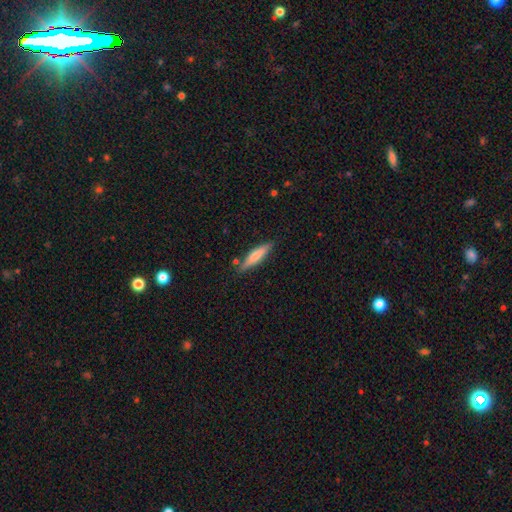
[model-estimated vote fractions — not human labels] Overall: smooth (66%; featured or disk 28%). How rounded: cigar-shaped (81%). Merging: none (82%).